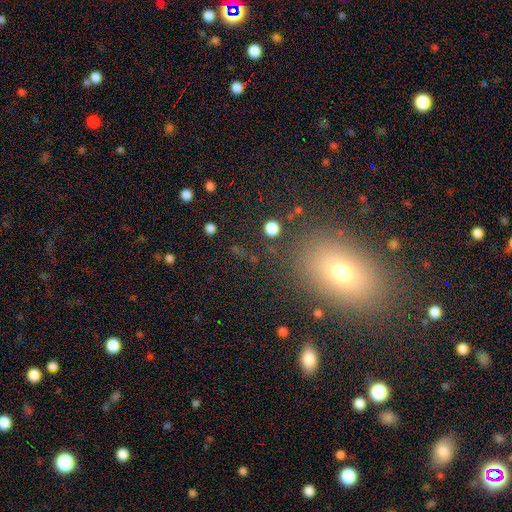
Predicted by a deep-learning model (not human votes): This appears to be a smooth galaxy with no disk features (60%) that is in between round and cigar-shaped (78%). Merging: none (86%).